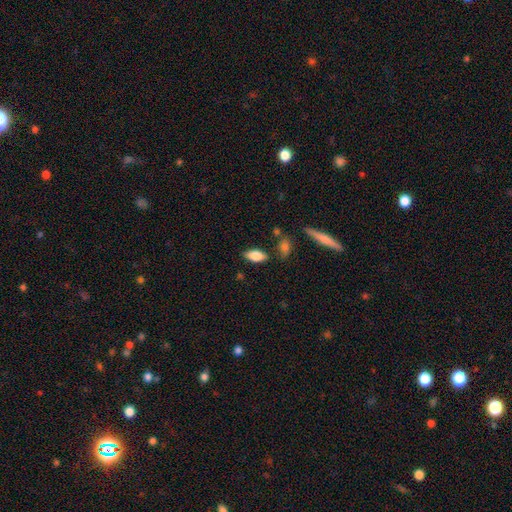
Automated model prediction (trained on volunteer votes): smooth_or_featured: smooth (p=0.81) [alt: featured or disk p=0.12]
how_rounded: in between (p=0.88) [alt: cigar-shaped p=0.09]
merging: none (p=0.78) [alt: minor disturbance p=0.14]